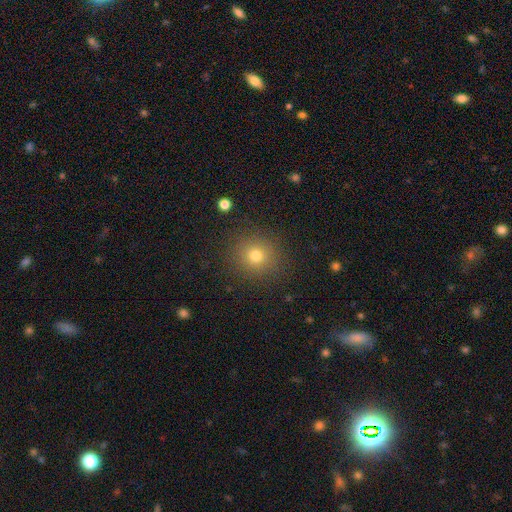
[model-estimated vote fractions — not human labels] Smooth or featured?
  - smooth: 76% *
  - star or artifact: 16%
  - featured or disk: 9%
How rounded?
  - round: 90% *
  - in between: 9%
  - cigar-shaped: 1%
Merging?
  - none: 89% *
  - minor disturbance: 7%
  - major disturbance: 3%
  - merger: 1%